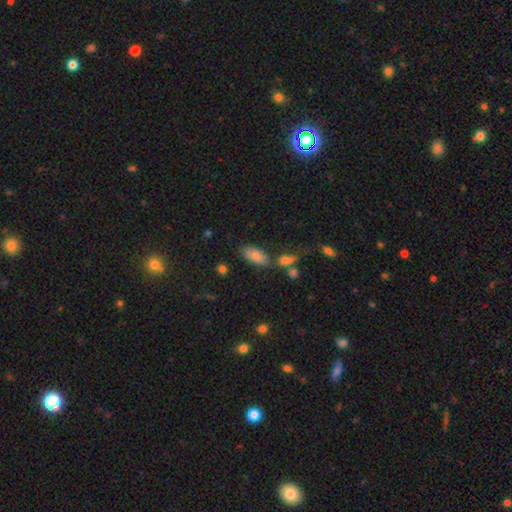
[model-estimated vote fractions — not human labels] Smooth or featured?
  - smooth: 78% *
  - featured or disk: 11%
  - star or artifact: 11%
How rounded?
  - in between: 86% *
  - cigar-shaped: 10%
  - round: 3%
Merging?
  - none: 73% *
  - minor disturbance: 13%
  - merger: 10%
  - major disturbance: 4%